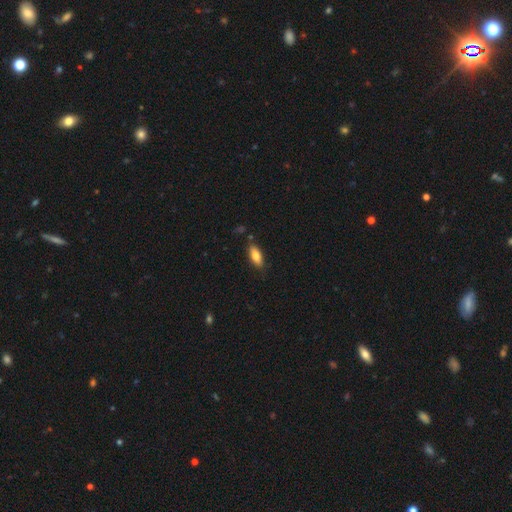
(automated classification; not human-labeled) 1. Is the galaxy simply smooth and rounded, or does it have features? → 82% smooth, 12% featured or disk, 7% star or artifact.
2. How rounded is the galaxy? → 82% in between, 16% cigar-shaped, 2% round.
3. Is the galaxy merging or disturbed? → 81% none, 14% minor disturbance, 3% merger, 2% major disturbance.